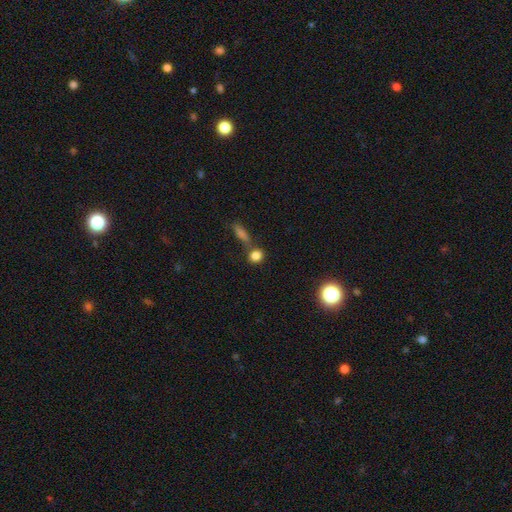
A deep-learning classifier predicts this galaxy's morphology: A smooth galaxy with no disk features (81%) that is round (77%). Merging: none (63%).